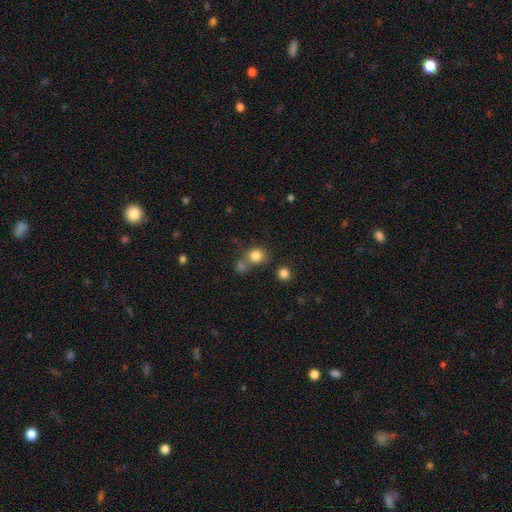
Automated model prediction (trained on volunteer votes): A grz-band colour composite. It shows a smooth galaxy with no disk features (81%) that is round (84%). Merging: none (62%).